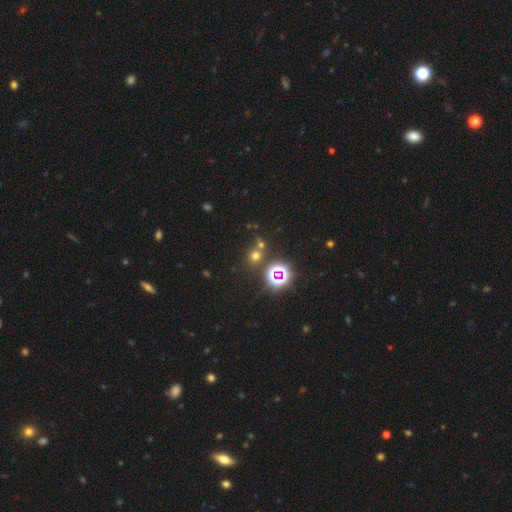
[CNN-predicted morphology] A smooth galaxy with no disk features (52%) that is round (84%).

Vote fractions:
- Smooth or featured? smooth: 52% / star or artifact: 39% / featured or disk: 9%
- How rounded? round: 84% / in between: 15% / cigar-shaped: 1%
- Merging? none: 67% / merger: 21% / minor disturbance: 8% / major disturbance: 4%